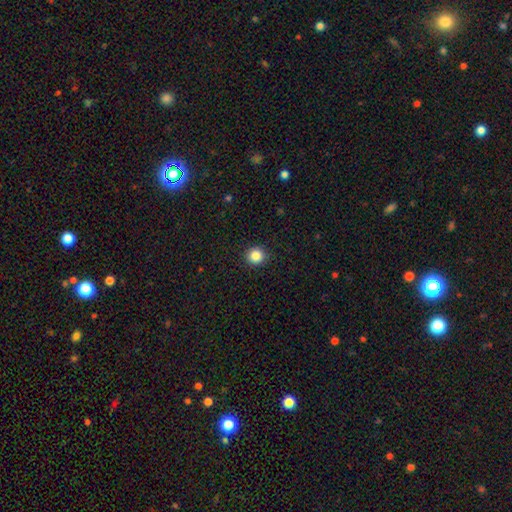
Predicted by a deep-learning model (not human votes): The model was most divided on "smooth or featured": smooth: 85%, star or artifact: 11%, featured or disk: 4%. More confident: how rounded — round (94%); merging — none (92%).